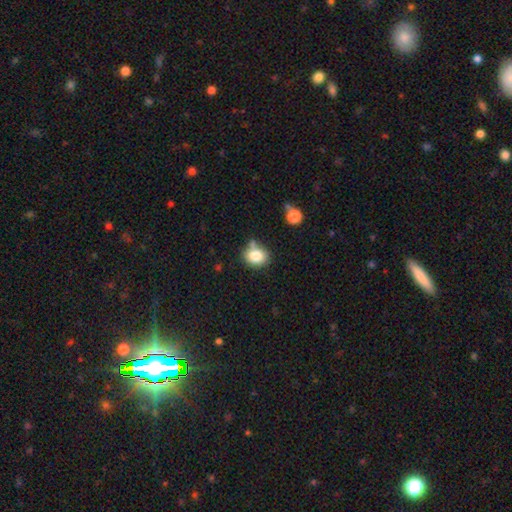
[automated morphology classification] smooth_or_featured: smooth (p=0.82) [alt: star or artifact p=0.10]
how_rounded: round (p=0.59) [alt: in between p=0.40]
merging: none (p=0.65) [alt: minor disturbance p=0.17]